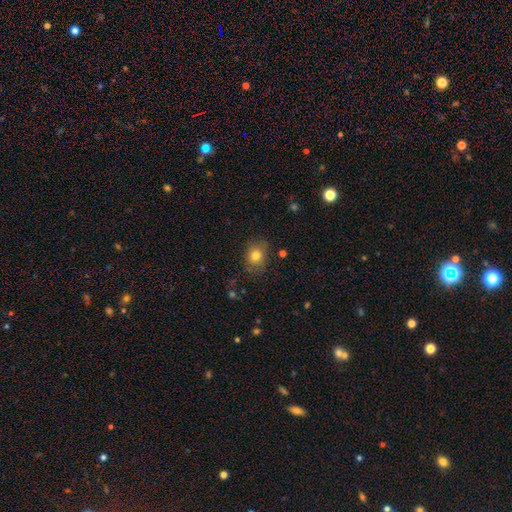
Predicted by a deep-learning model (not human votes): Smooth or featured?
  - smooth: 79% *
  - star or artifact: 11%
  - featured or disk: 9%
How rounded?
  - round: 60% *
  - in between: 39%
  - cigar-shaped: 1%
Merging?
  - none: 80% *
  - minor disturbance: 14%
  - major disturbance: 4%
  - merger: 2%